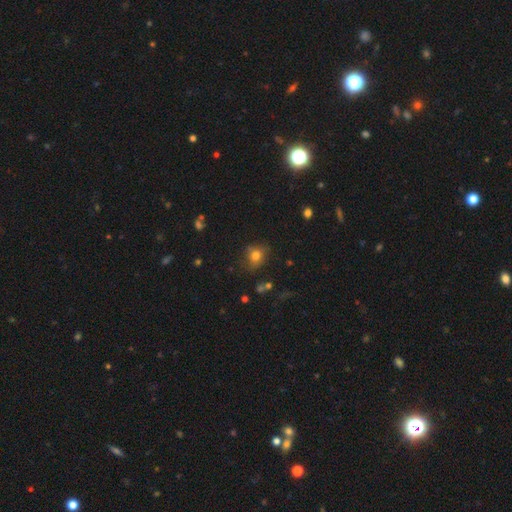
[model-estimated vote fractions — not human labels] Overall: smooth (77%). How rounded: round (62%; in between 37%). Merging: none (69%).